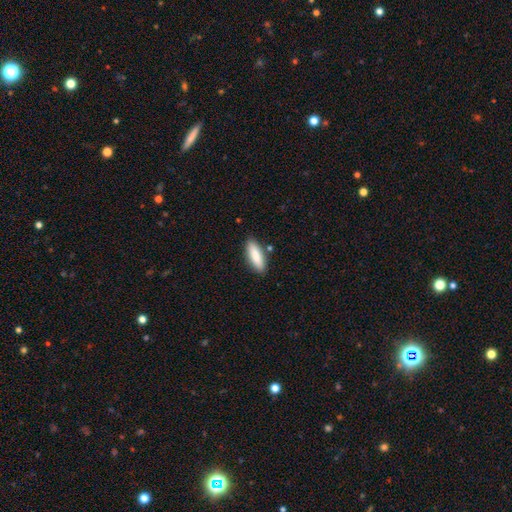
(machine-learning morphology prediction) Q: Smooth or featured?
A: smooth (86%); runner-up: featured or disk (9%)
Q: How rounded?
A: in between (56%); runner-up: cigar-shaped (43%)
Q: Merging?
A: none (85%); runner-up: minor disturbance (10%)